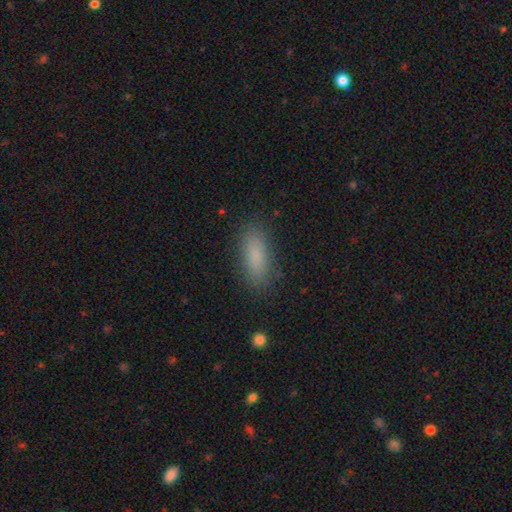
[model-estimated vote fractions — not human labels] Morphology: type=smooth (86%); roundness=in between (66%); merging=none (87%).